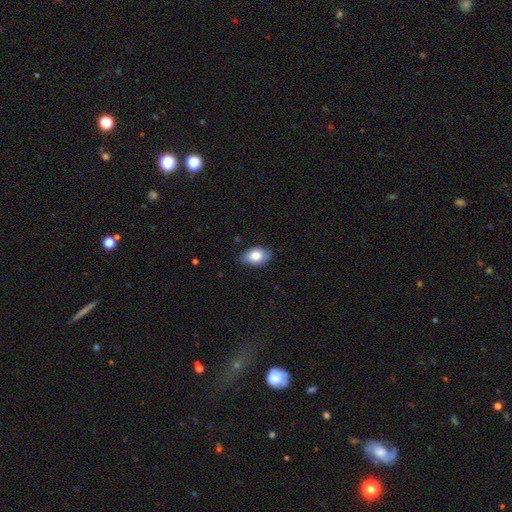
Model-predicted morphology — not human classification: Overall: smooth (83%). How rounded: in between (88%). Merging: none (81%).